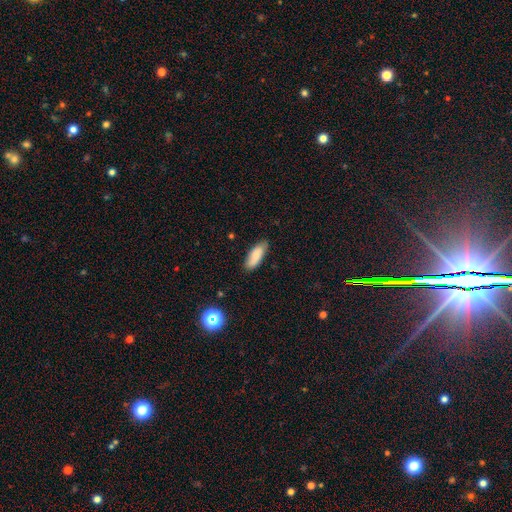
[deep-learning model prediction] Q: Smooth or featured?
A: smooth (84%); runner-up: featured or disk (9%)
Q: How rounded?
A: in between (71%); runner-up: cigar-shaped (27%)
Q: Merging?
A: none (82%); runner-up: minor disturbance (15%)